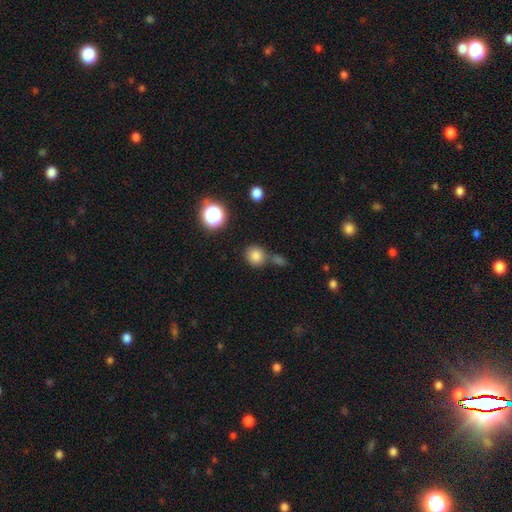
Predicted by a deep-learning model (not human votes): Smooth or featured?
  - smooth: 81% *
  - star or artifact: 13%
  - featured or disk: 6%
How rounded?
  - round: 86% *
  - in between: 13%
  - cigar-shaped: 1%
Merging?
  - none: 66% *
  - merger: 19%
  - minor disturbance: 10%
  - major disturbance: 4%